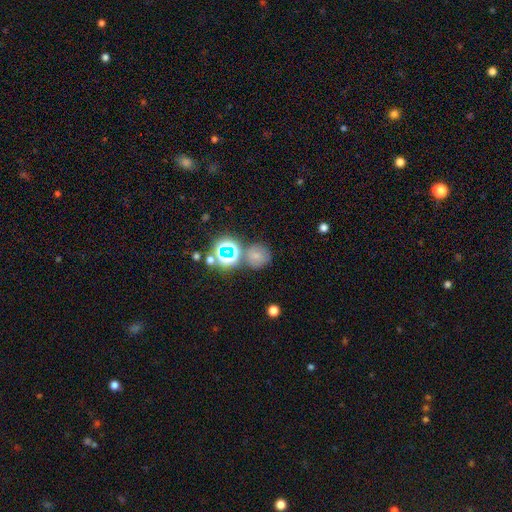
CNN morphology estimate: Smooth or featured? smooth (60%)
How rounded? round (82%)
Merging? none (65%)